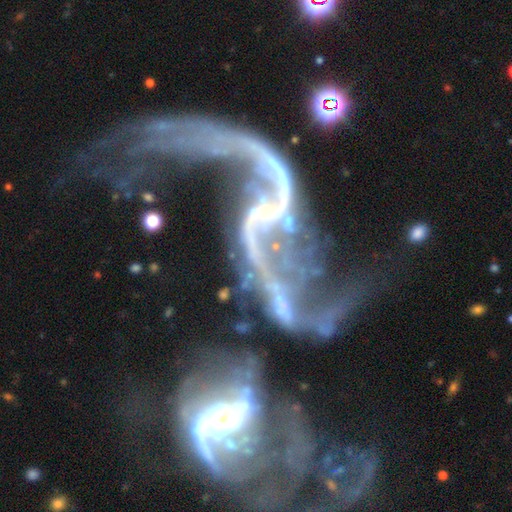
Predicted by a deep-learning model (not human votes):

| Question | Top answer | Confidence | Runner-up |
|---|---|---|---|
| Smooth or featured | featured or disk | 69% | star or artifact (19%) |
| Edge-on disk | no | 96% | yes (4%) |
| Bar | no | 53% | weak (26%) |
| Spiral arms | yes | 71% | no (29%) |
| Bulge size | none | 44% | small (39%) |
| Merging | major disturbance | 35% | none (27%) |